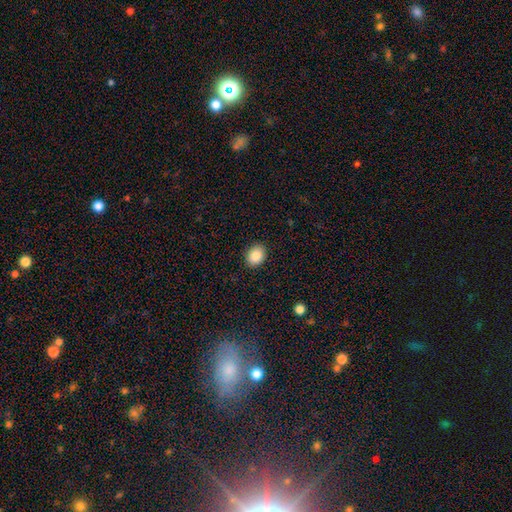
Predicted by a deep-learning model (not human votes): This appears to be a smooth galaxy with no disk features (87%) that is in between round and cigar-shaped (52%). Merging: none (90%).